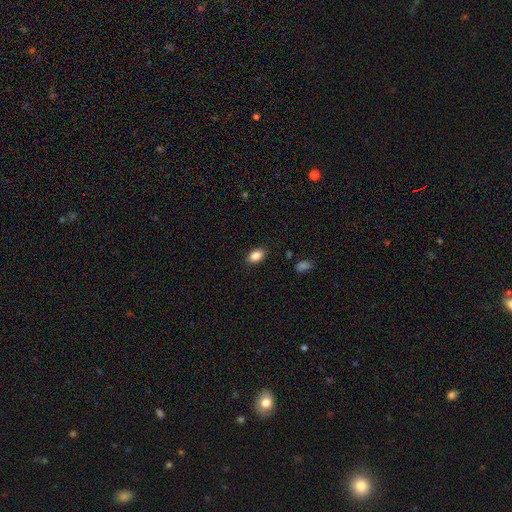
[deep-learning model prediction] The model was most divided on "merging": none: 87%, minor disturbance: 9%, major disturbance: 2%, merger: 1%. More confident: how rounded — in between (89%); smooth or featured — smooth (87%).